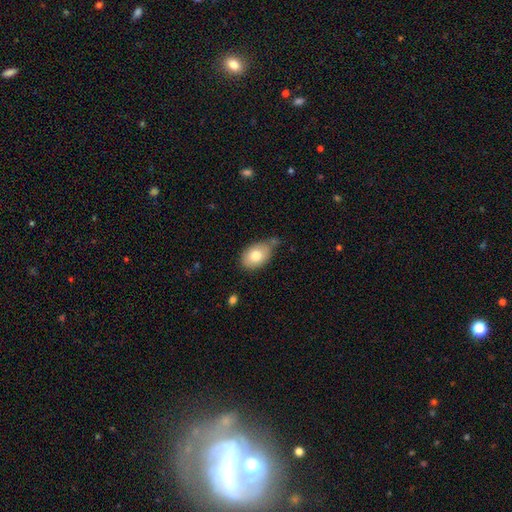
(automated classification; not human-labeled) Smooth or featured?
  - smooth: 77% *
  - featured or disk: 15%
  - star or artifact: 8%
How rounded?
  - in between: 81% *
  - round: 17%
  - cigar-shaped: 1%
Merging?
  - none: 61% *
  - minor disturbance: 25%
  - merger: 8%
  - major disturbance: 6%